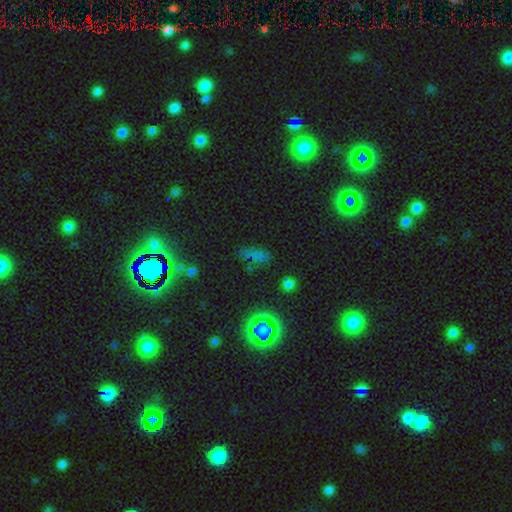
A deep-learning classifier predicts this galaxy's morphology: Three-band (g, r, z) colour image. It shows a smooth galaxy with no disk features (51%) that is in between round and cigar-shaped (58%). Merging: none (59%).